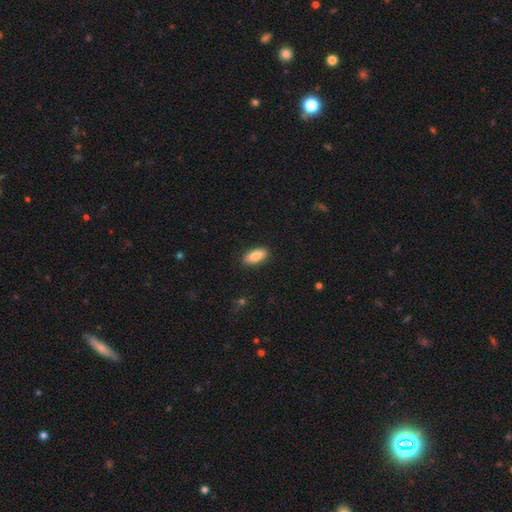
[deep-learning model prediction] This appears to be a smooth galaxy with no disk features (84%) that is in between round and cigar-shaped (85%). Merging: none (89%).